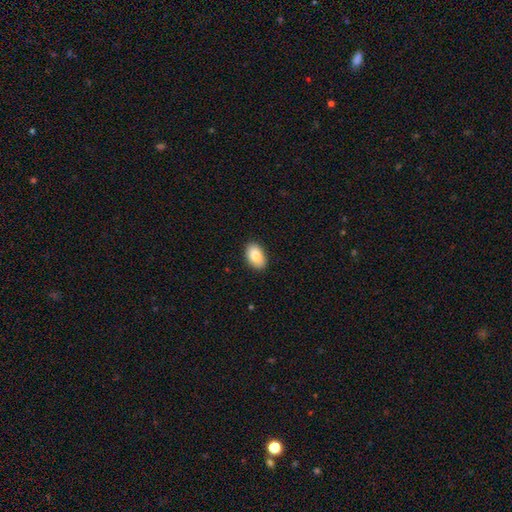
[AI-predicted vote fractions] Smooth or featured? Predicted: smooth (p=0.82). How rounded? Predicted: in between (p=0.91). Merging? Predicted: none (p=0.89).